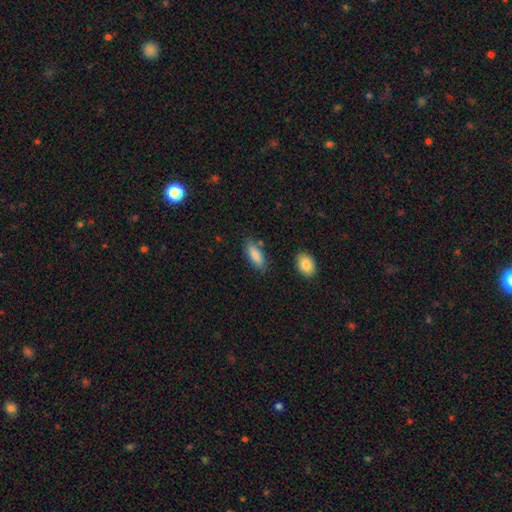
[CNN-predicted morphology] type=smooth (86%); roundness=in between (72%); merging=none (79%).